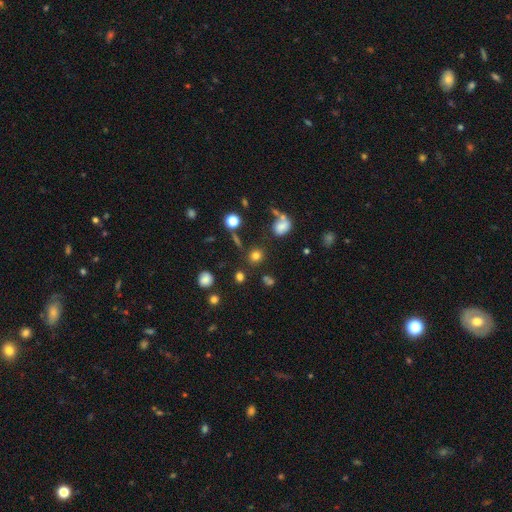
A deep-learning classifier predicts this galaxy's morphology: Q: Smooth or featured?
A: smooth (75%); runner-up: star or artifact (17%)
Q: How rounded?
A: round (81%); runner-up: in between (17%)
Q: Merging?
A: none (78%); runner-up: minor disturbance (10%)